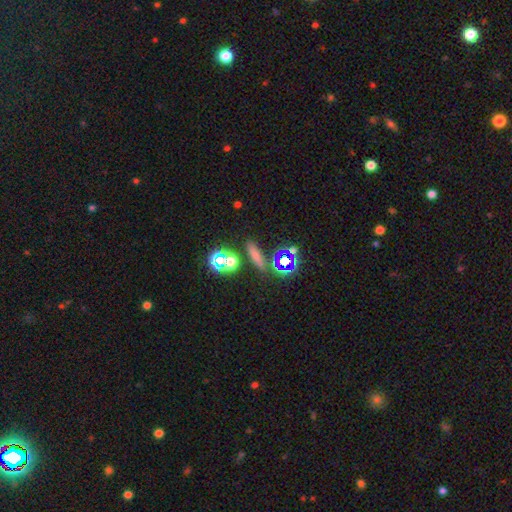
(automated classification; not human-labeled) Q: Smooth or featured?
A: smooth (56%); runner-up: star or artifact (30%)
Q: How rounded?
A: cigar-shaped (64%); runner-up: in between (24%)
Q: Merging?
A: none (78%); runner-up: minor disturbance (10%)